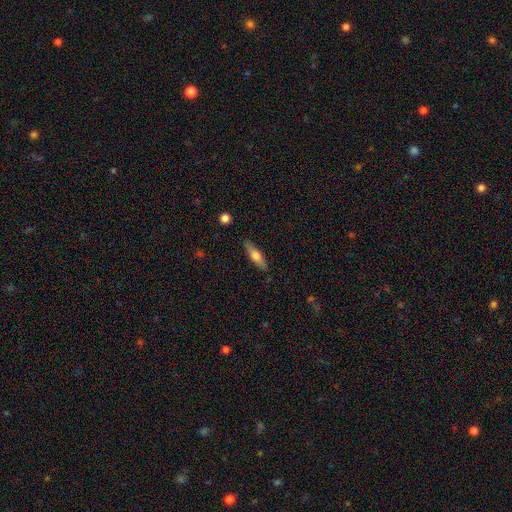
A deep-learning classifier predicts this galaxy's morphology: type=smooth (56%); roundness=cigar-shaped (60%); merging=none (86%).